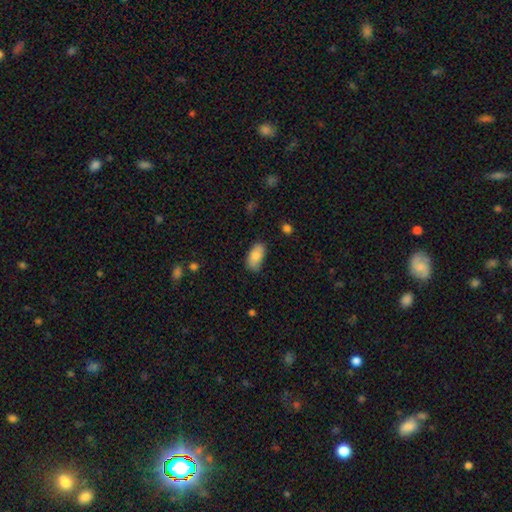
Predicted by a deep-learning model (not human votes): Overall: smooth (82%). How rounded: in between (93%). Merging: none (75%).